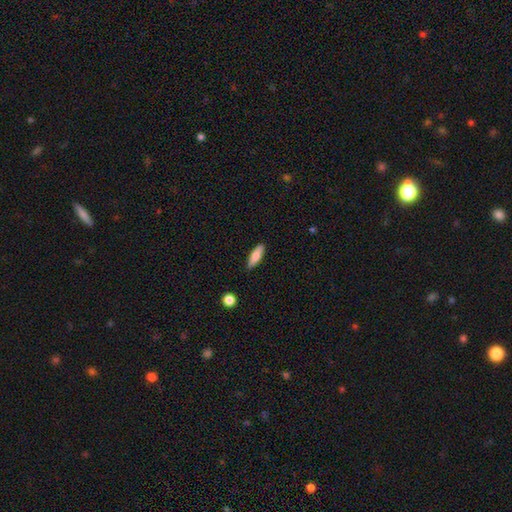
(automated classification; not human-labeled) This is likely a smooth galaxy (76%). How rounded: possibly cigar-shaped (55%). Merging: clearly none (87%).